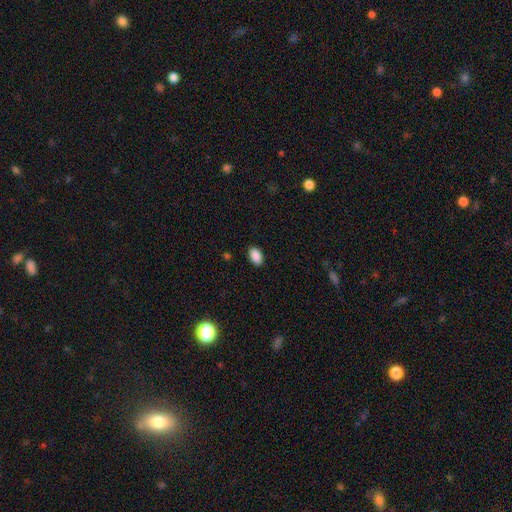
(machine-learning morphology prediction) The model was most divided on "merging": none: 88%, minor disturbance: 8%, major disturbance: 2%, merger: 1%. More confident: how rounded — in between (93%); smooth or featured — smooth (90%).